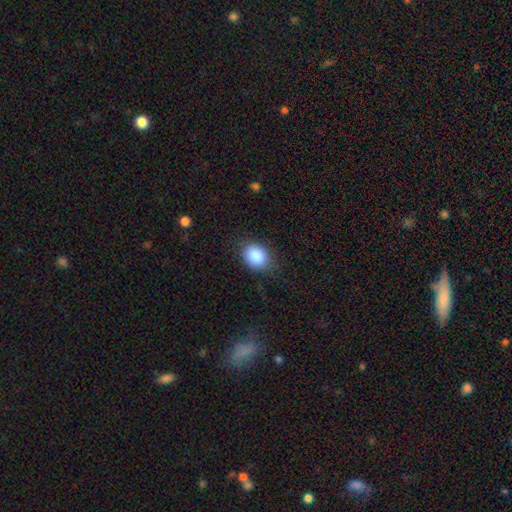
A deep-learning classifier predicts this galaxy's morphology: smooth-or-featured: smooth: 88% | star or artifact: 8% | featured or disk: 4%
  how-rounded: in between: 67% | round: 32% | cigar-shaped: 1%
  merging: none: 79% | minor disturbance: 15% | major disturbance: 5% | merger: 1%